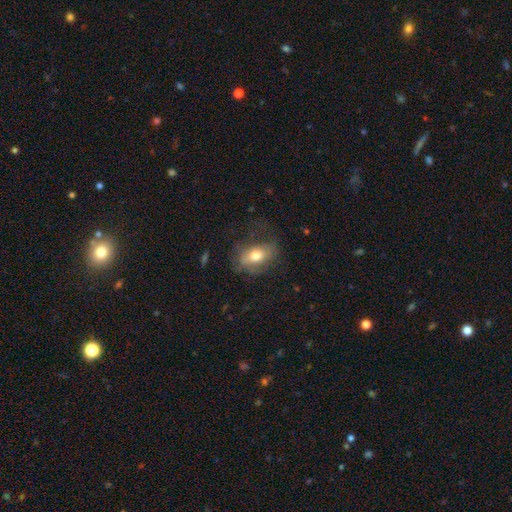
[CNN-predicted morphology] The model was most divided on "merging": none: 55%, minor disturbance: 24%, major disturbance: 19%, merger: 2%. More confident: how rounded — in between (84%); smooth or featured — smooth (66%).